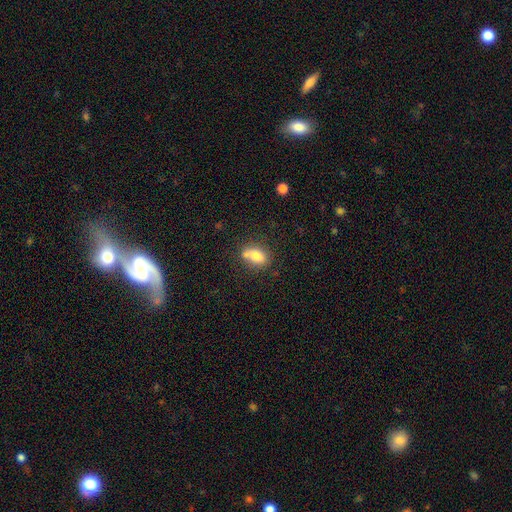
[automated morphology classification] smooth 77%, featured or disk 14%, star or artifact 9%. Down the decision tree: how rounded — in between (79%); merging — none (56%).